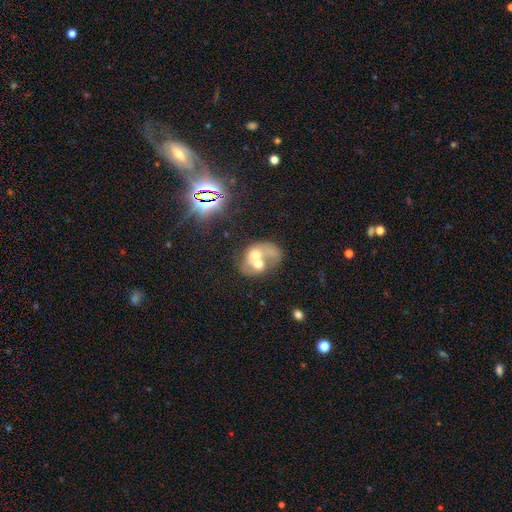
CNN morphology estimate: Smooth or featured?
  - featured or disk: 50% *
  - smooth: 36%
  - star or artifact: 14%
Edge-on disk?
  - no: 97% *
  - yes: 3%
Merging?
  - merger: 74% *
  - none: 12%
  - major disturbance: 8%
  - minor disturbance: 6%